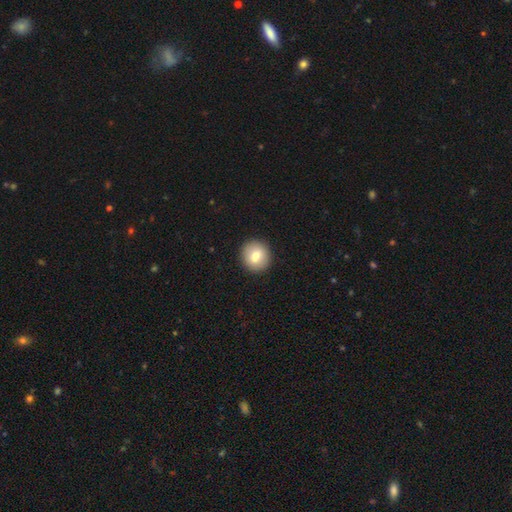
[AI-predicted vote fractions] Q: Smooth or featured?
A: smooth (75%); runner-up: featured or disk (17%)
Q: How rounded?
A: round (89%); runner-up: in between (10%)
Q: Merging?
A: none (90%); runner-up: minor disturbance (6%)